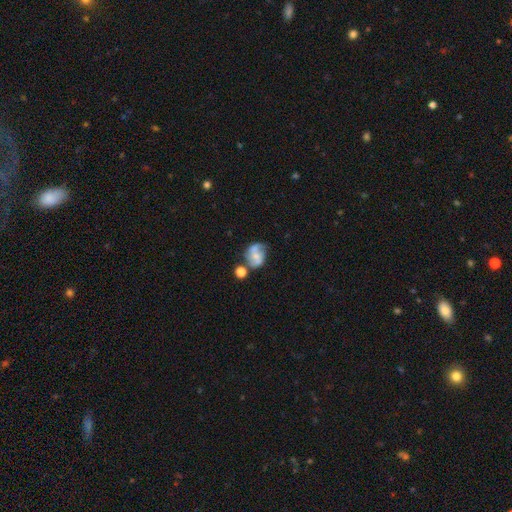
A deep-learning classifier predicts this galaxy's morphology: Overall: featured or disk (55%; smooth 36%). Edge-on disk: no (97%). Bar: no (64%; weak 28%). Spiral arms: yes (70%). Bulge size: small (49%; moderate 32%). Merging: none (37%; merger 28%).